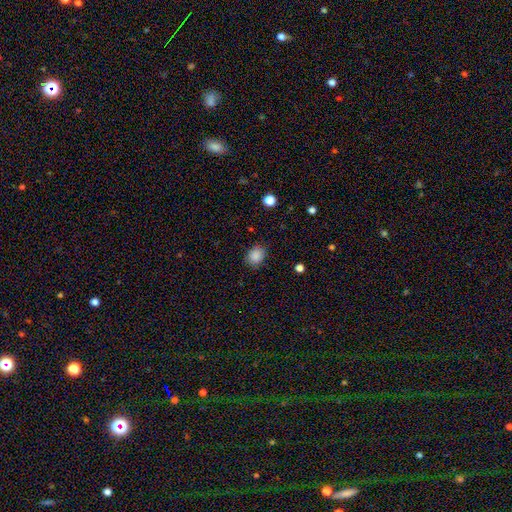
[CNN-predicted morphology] type=smooth (87%); roundness=round (56%); merging=none (81%).